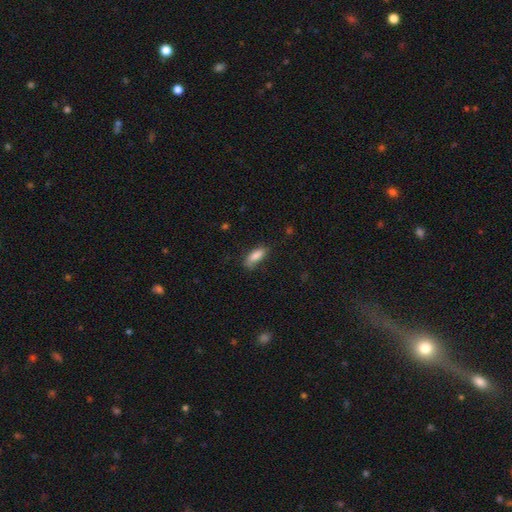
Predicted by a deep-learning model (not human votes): Smooth or featured? Predicted: smooth (p=0.83). How rounded? Predicted: in between (p=0.69). Merging? Predicted: none (p=0.69).